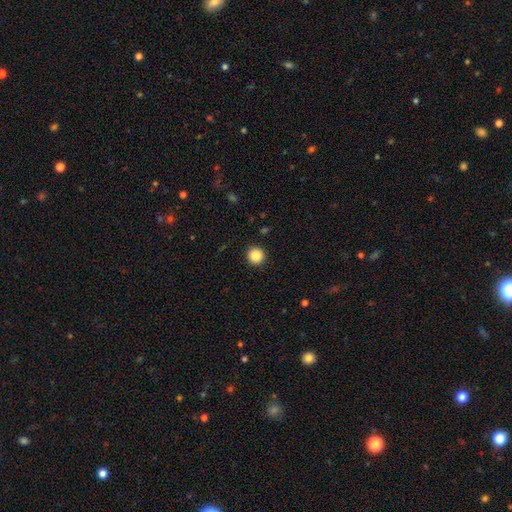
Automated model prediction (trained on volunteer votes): A smooth galaxy with no disk features (87%) that is round (95%). Merging: none (92%).